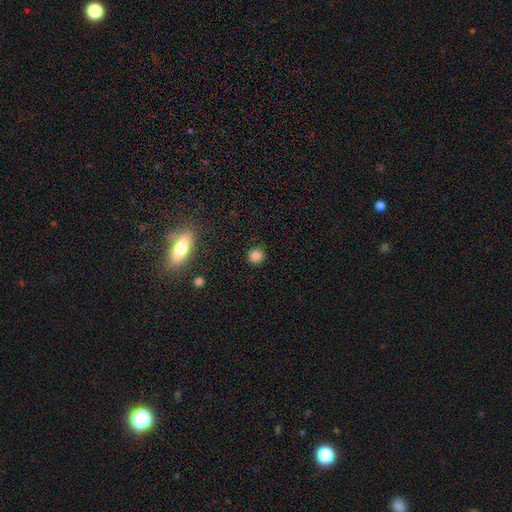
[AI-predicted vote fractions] This appears to be a smooth galaxy with no disk features (83%) that is round (93%). Merging: none (91%).